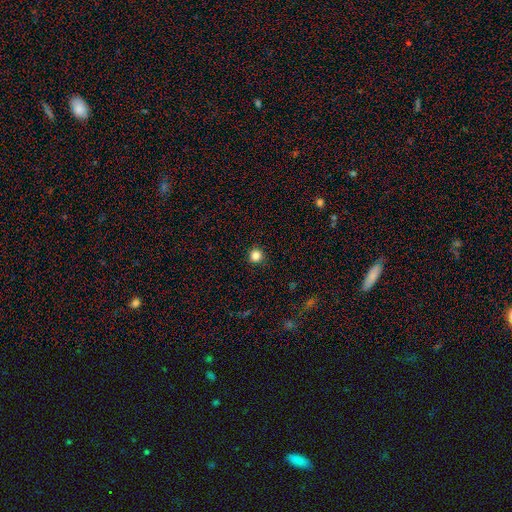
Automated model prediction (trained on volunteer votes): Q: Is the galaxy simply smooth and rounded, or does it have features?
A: smooth — 84%.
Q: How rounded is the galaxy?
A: round — 95%.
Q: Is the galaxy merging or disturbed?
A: none — 93%.